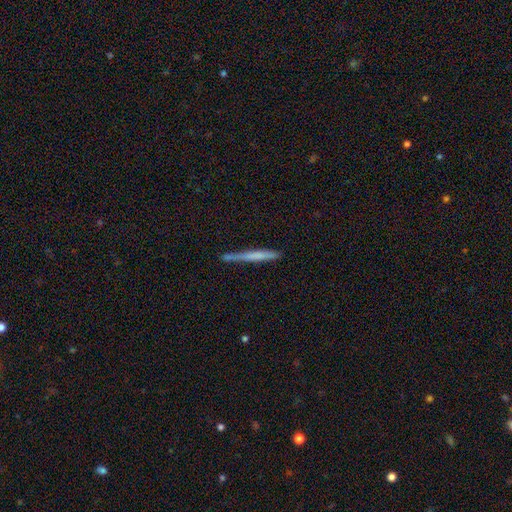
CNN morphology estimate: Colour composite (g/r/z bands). It shows a smooth galaxy with no disk features (54%) that is cigar-shaped (96%). Merging: none (75%).